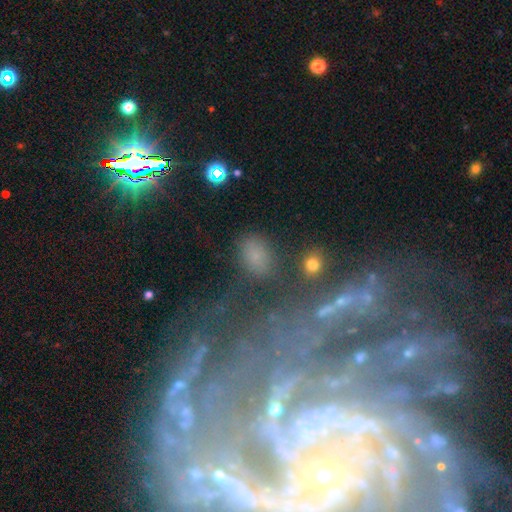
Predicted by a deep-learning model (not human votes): Smooth or featured?
  - smooth: 66% *
  - star or artifact: 20%
  - featured or disk: 14%
How rounded?
  - in between: 82% *
  - round: 16%
  - cigar-shaped: 2%
Merging?
  - none: 73% *
  - minor disturbance: 15%
  - major disturbance: 7%
  - merger: 4%